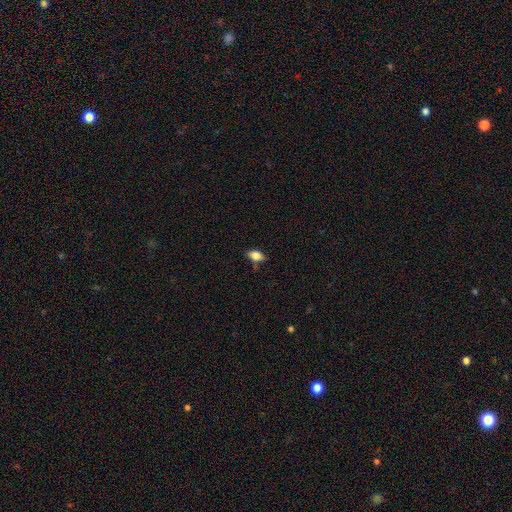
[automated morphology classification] Smooth or featured?
  - smooth: 75% *
  - featured or disk: 16%
  - star or artifact: 9%
How rounded?
  - in between: 85% *
  - cigar-shaped: 8%
  - round: 7%
Merging?
  - none: 74% *
  - minor disturbance: 19%
  - major disturbance: 4%
  - merger: 3%